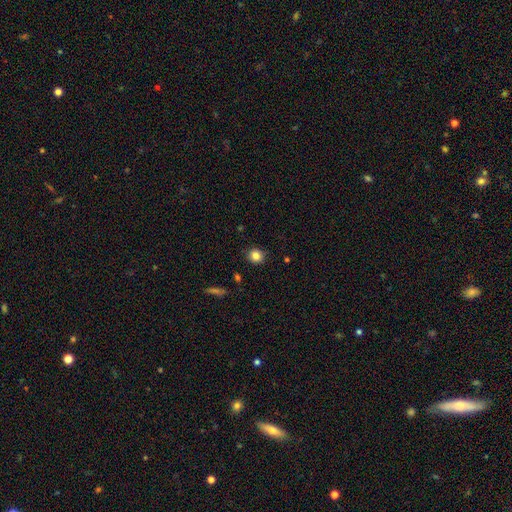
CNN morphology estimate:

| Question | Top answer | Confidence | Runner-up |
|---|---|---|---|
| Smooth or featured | smooth | 84% | star or artifact (11%) |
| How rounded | round | 81% | in between (18%) |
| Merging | none | 88% | minor disturbance (8%) |